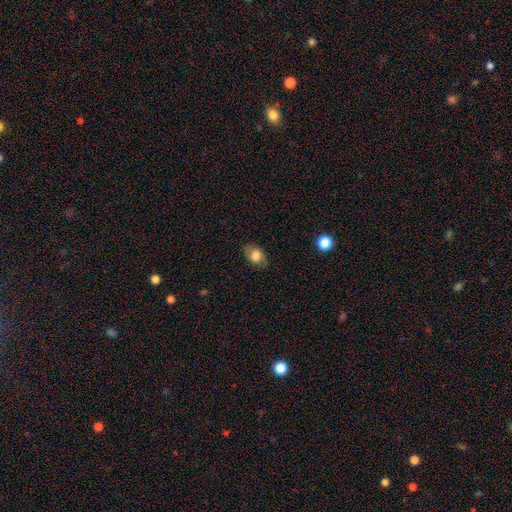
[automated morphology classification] smooth 78%, featured or disk 14%, star or artifact 9%. Down the decision tree: how rounded — in between (77%); merging — none (79%).